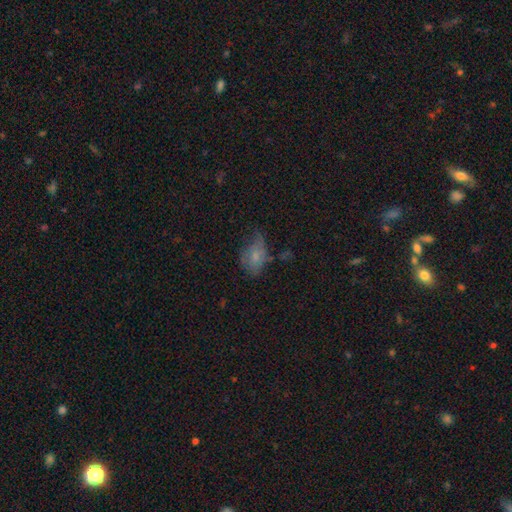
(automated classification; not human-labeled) The model was most divided on "merging": minor disturbance: 38%, none: 34%, major disturbance: 23%, merger: 5%. More confident: how rounded — in between (85%); smooth or featured — smooth (64%).